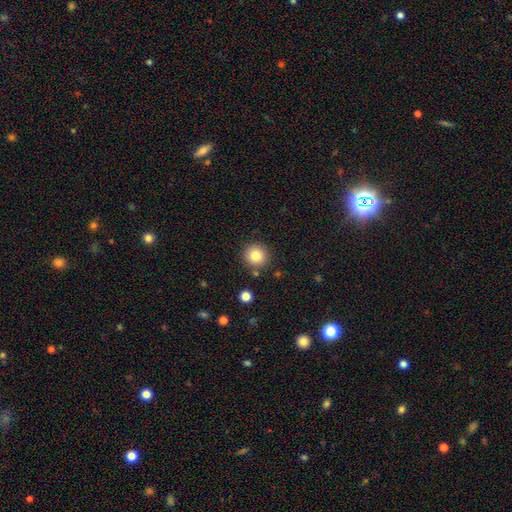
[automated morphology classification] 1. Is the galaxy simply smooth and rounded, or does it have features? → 83% smooth, 10% star or artifact, 7% featured or disk.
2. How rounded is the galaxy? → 93% round, 6% in between, 1% cigar-shaped.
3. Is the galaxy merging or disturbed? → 88% none, 7% minor disturbance, 3% merger, 2% major disturbance.